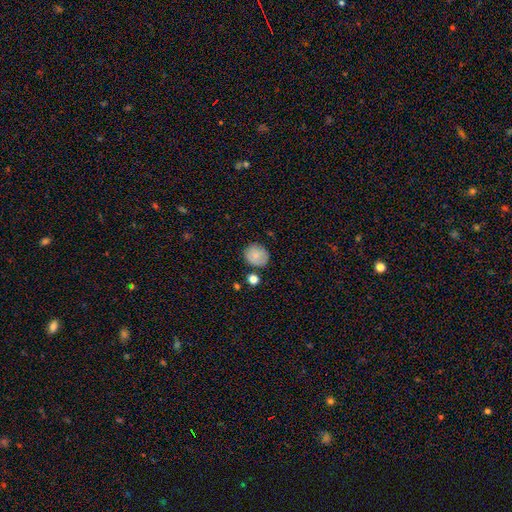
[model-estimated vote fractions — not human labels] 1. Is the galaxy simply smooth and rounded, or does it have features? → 83% smooth, 9% featured or disk, 8% star or artifact.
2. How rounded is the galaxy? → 77% round, 22% in between, 1% cigar-shaped.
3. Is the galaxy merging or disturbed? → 78% none, 14% minor disturbance, 5% merger, 3% major disturbance.